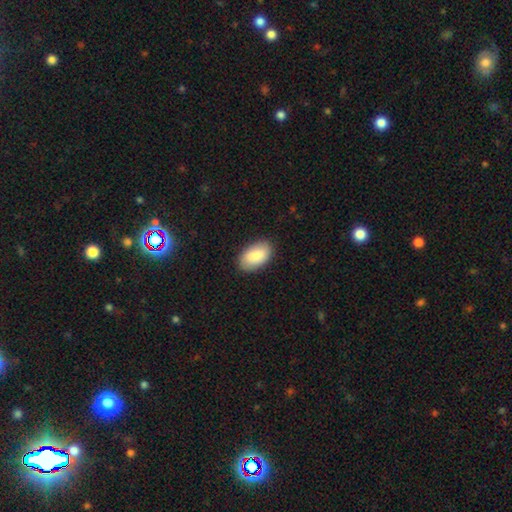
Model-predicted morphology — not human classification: smooth-or-featured: smooth: 86% | featured or disk: 8% | star or artifact: 6%
  how-rounded: in between: 94% | round: 4% | cigar-shaped: 1%
  merging: none: 87% | minor disturbance: 10% | major disturbance: 2% | merger: 1%